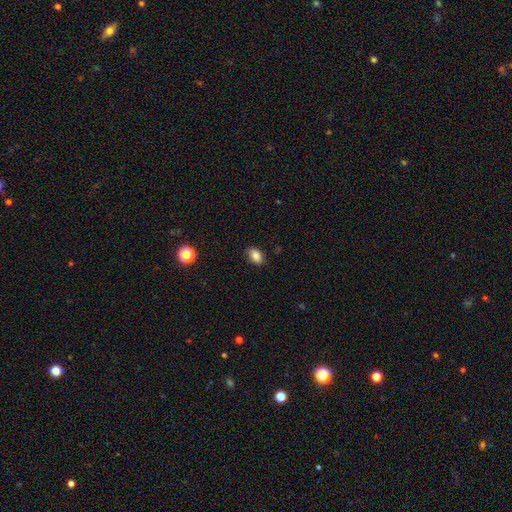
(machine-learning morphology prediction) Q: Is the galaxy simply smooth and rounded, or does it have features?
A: smooth — 84%.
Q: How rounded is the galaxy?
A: in between — 88%.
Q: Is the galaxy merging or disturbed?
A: none — 85%.